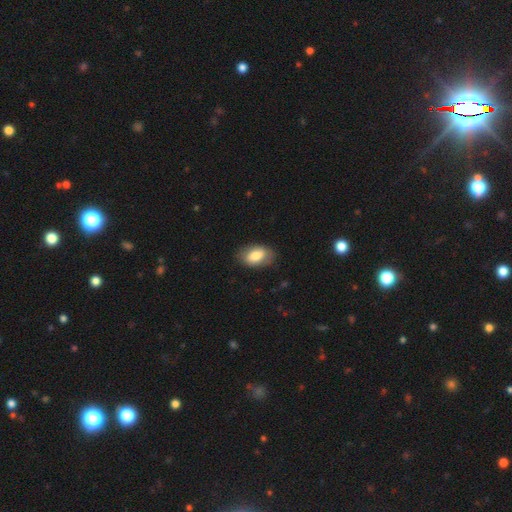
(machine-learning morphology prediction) This is likely a smooth galaxy (77%). How rounded: clearly in between (91%). Merging: clearly none (80%).